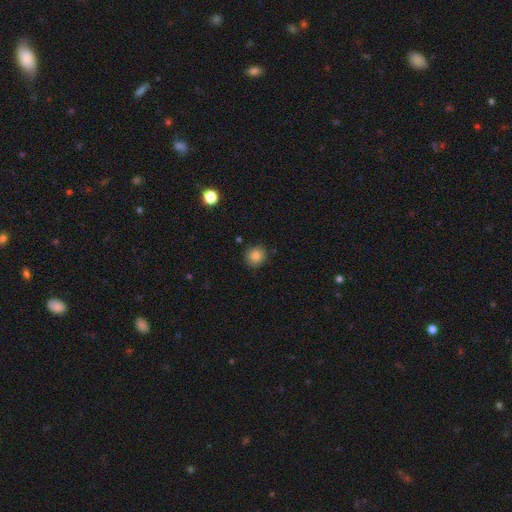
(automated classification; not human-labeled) smooth-or-featured: smooth: 84% | star or artifact: 10% | featured or disk: 6%
  how-rounded: round: 90% | in between: 9% | cigar-shaped: 1%
  merging: none: 87% | minor disturbance: 9% | major disturbance: 2% | merger: 2%